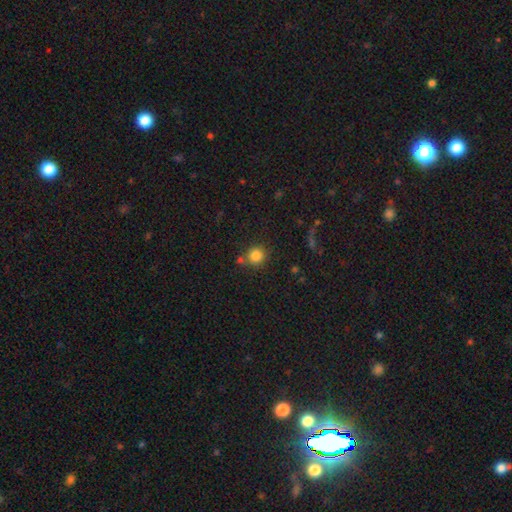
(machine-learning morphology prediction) Smooth or featured: smooth — 84% (star or artifact — 11%)
How rounded: round — 90% (in between — 9%)
Merging: none — 73% (merger — 13%)